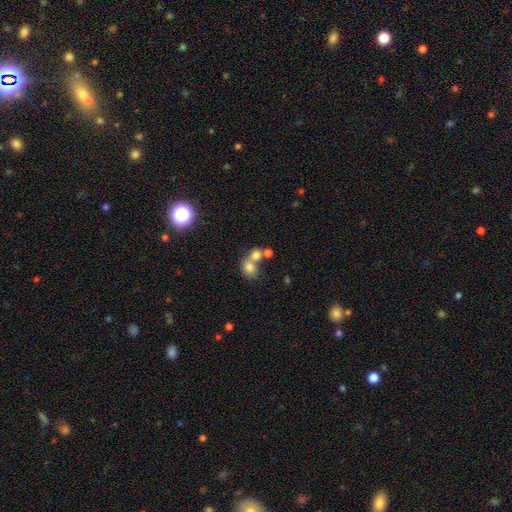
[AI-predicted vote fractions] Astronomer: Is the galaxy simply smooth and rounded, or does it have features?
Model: smooth — 73%.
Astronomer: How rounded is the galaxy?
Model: round — 64%.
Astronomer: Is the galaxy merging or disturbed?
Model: merger — 57% (runner-up: none, 32%).